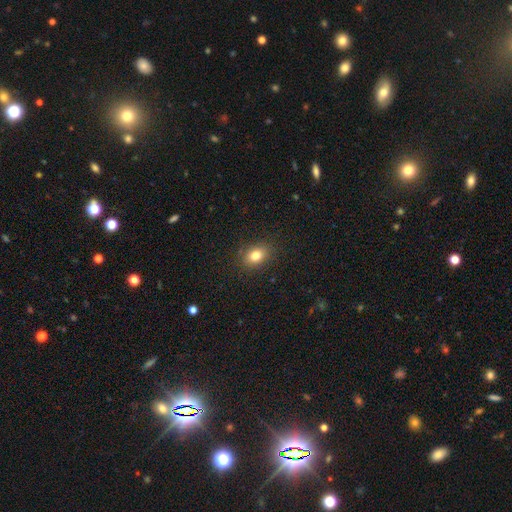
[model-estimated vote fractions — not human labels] A smooth galaxy with no disk features (81%) that is in between round and cigar-shaped (68%). Merging: none (87%).